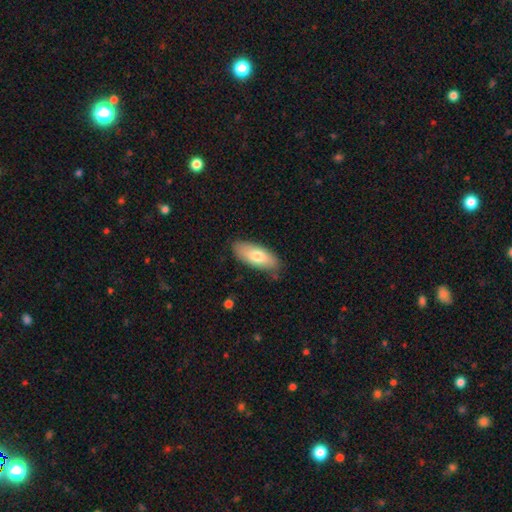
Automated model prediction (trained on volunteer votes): smooth_or_featured: smooth (p=0.73) [alt: featured or disk p=0.21]
how_rounded: in between (p=0.82) [alt: cigar-shaped p=0.16]
merging: none (p=0.80) [alt: minor disturbance p=0.16]